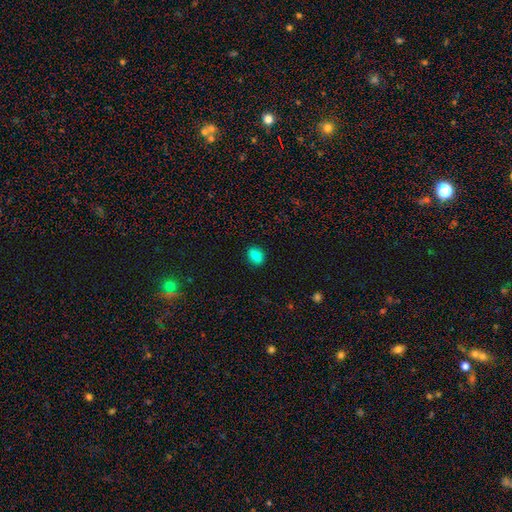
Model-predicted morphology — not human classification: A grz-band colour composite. It shows a smooth galaxy with no disk features (84%) that is in between round and cigar-shaped (56%). Merging: none (89%).